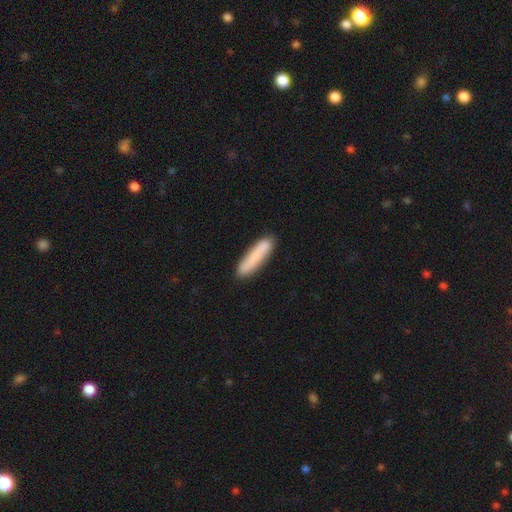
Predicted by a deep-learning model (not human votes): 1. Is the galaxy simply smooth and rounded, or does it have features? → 81% smooth, 13% featured or disk, 6% star or artifact.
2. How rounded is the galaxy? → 85% cigar-shaped, 14% in between, 1% round.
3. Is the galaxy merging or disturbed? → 85% none, 11% minor disturbance, 2% major disturbance, 2% merger.